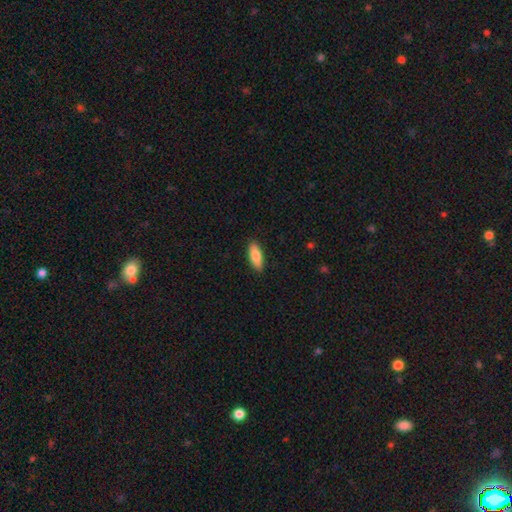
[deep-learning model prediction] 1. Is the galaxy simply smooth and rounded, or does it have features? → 82% smooth, 12% featured or disk, 6% star or artifact.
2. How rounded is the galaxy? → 70% in between, 28% cigar-shaped, 2% round.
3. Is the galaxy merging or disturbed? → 89% none, 8% minor disturbance, 2% major disturbance, 1% merger.